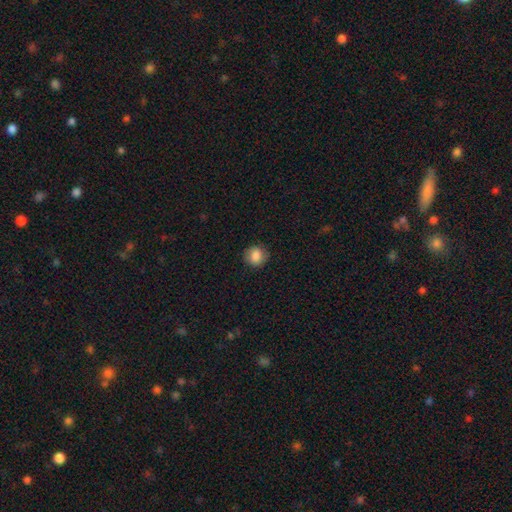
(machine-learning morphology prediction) This appears to be a smooth galaxy with no disk features (83%) that is round (82%). Merging: none (84%).